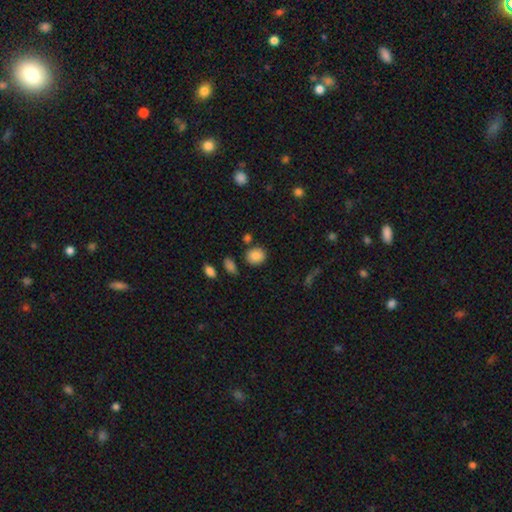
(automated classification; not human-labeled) Morphology: type=smooth (86%); roundness=round (73%); merging=none (80%).